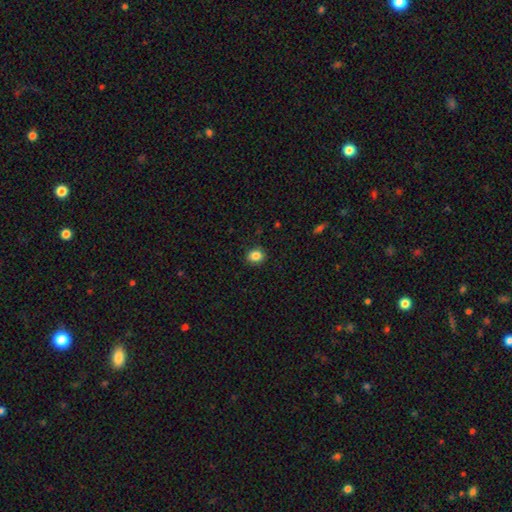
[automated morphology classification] smooth_or_featured: smooth (p=0.85) [alt: star or artifact p=0.10]
how_rounded: round (p=0.65) [alt: in between p=0.34]
merging: none (p=0.90) [alt: minor disturbance p=0.07]